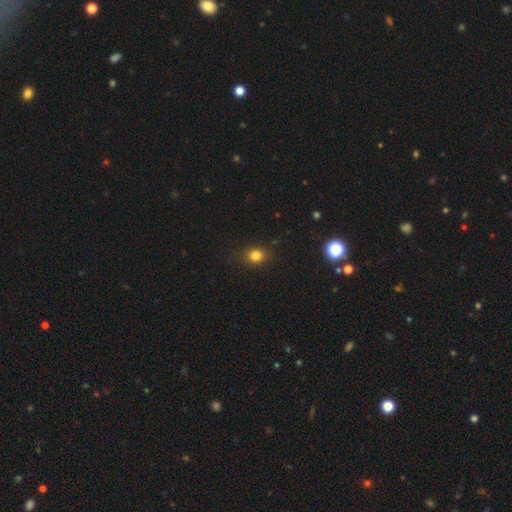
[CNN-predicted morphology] type=smooth (81%); roundness=round (70%); merging=none (87%).